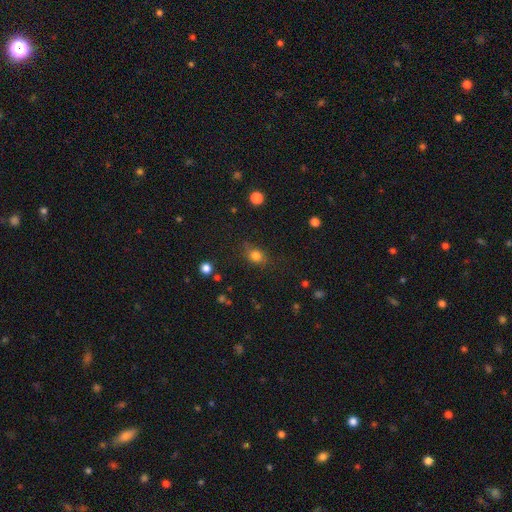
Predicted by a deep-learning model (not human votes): Q: Smooth or featured?
A: smooth (79%); runner-up: star or artifact (13%)
Q: How rounded?
A: round (49%); tied with: in between (49%)
Q: Merging?
A: none (75%); runner-up: minor disturbance (18%)